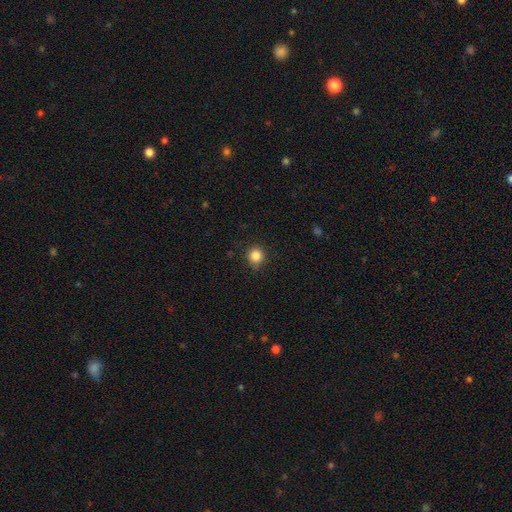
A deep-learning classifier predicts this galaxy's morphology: A smooth galaxy with no disk features (85%) that is round (91%). Merging: none (86%).